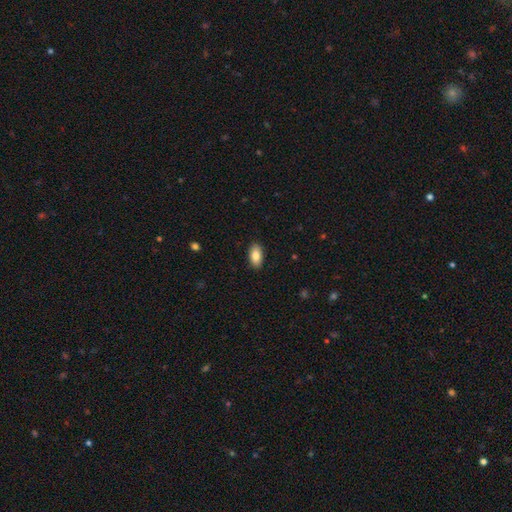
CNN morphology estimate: A smooth galaxy with no disk features (84%) that is in between round and cigar-shaped (93%). Merging: none (89%).